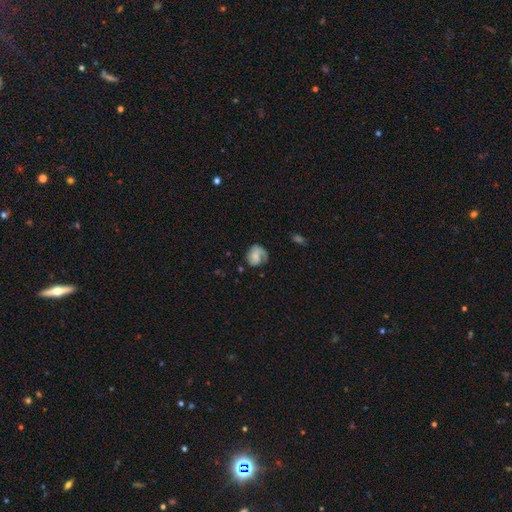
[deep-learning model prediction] Overall: featured or disk (47%; smooth 45%). Merging: none (52%; minor disturbance 24%).